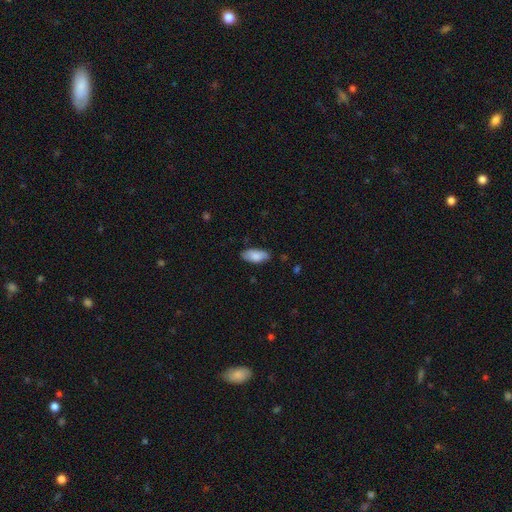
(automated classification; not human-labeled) A smooth galaxy with no disk features (82%) that is in between round and cigar-shaped (87%). Merging: none (82%).